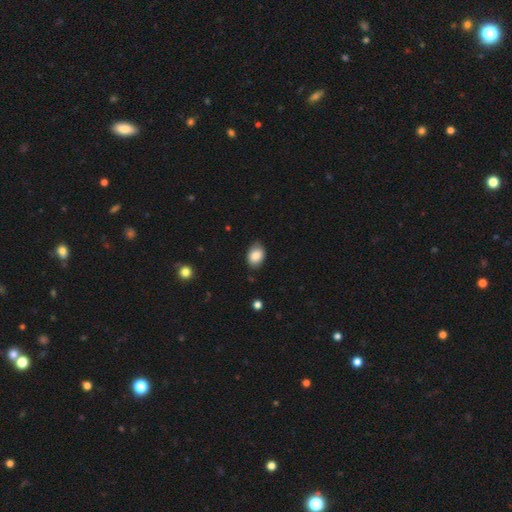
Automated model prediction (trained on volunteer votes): A smooth galaxy with no disk features (86%) that is in between round and cigar-shaped (80%). Merging: none (79%).